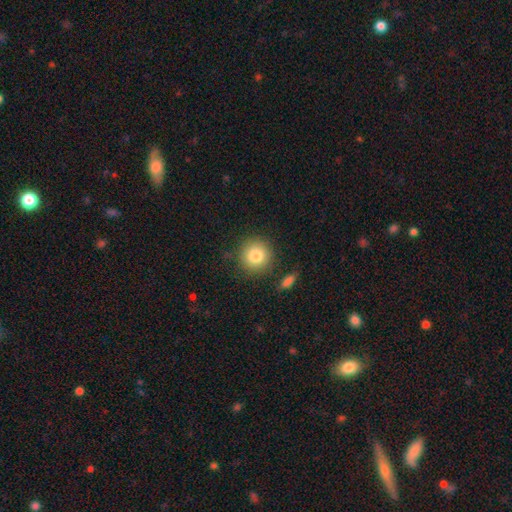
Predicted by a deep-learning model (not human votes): Q: Smooth or featured?
A: smooth (83%); runner-up: star or artifact (9%)
Q: How rounded?
A: round (93%); runner-up: in between (6%)
Q: Merging?
A: none (85%); runner-up: minor disturbance (9%)